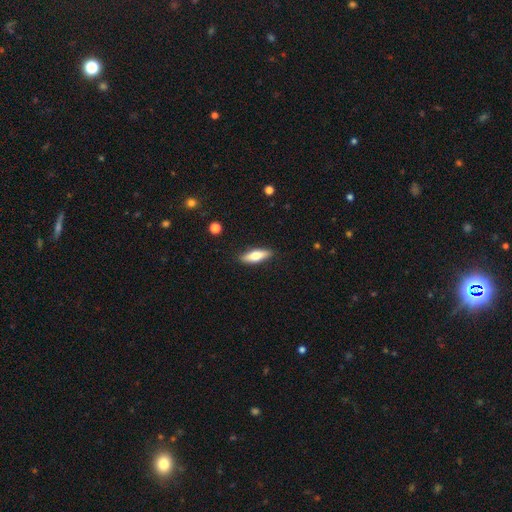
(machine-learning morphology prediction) A smooth galaxy with no disk features (67%) that is in between round and cigar-shaped (49%, tied with cigar-shaped). Merging: none (88%).